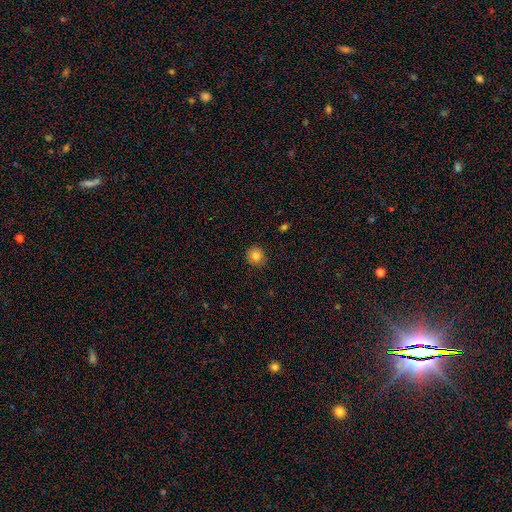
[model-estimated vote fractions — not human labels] Smooth or featured: smooth — 83% (star or artifact — 10%)
How rounded: round — 90% (in between — 9%)
Merging: none — 89% (minor disturbance — 8%)